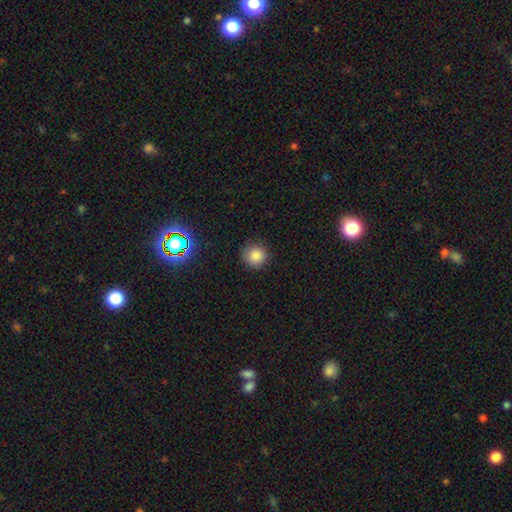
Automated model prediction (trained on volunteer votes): Overall: smooth (83%). How rounded: round (94%). Merging: none (87%).